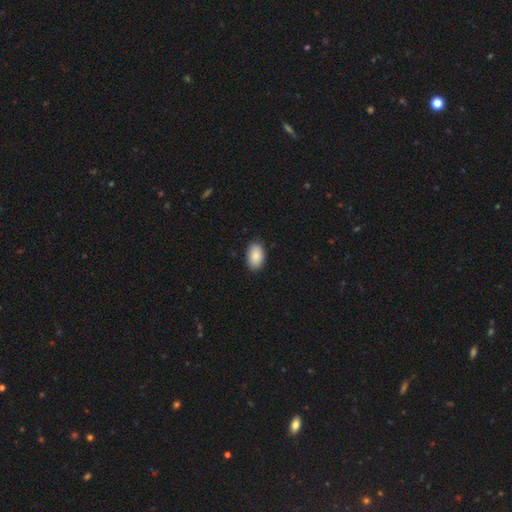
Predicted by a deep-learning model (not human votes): Morphology: type=smooth (88%); roundness=in between (92%); merging=none (88%).